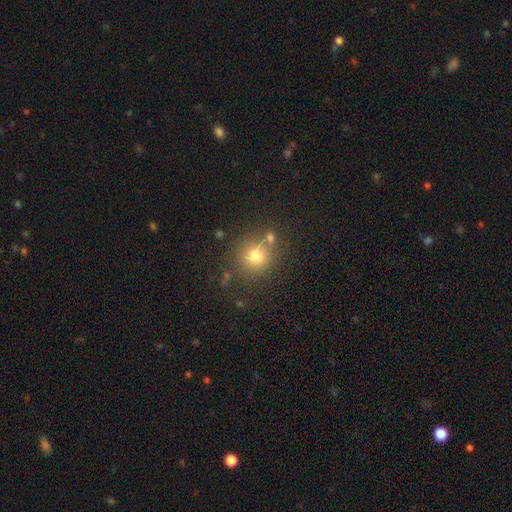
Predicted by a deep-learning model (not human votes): smooth_or_featured: smooth (p=0.75) [alt: star or artifact p=0.15]
how_rounded: round (p=0.90) [alt: in between p=0.09]
merging: none (p=0.73) [alt: merger p=0.12]